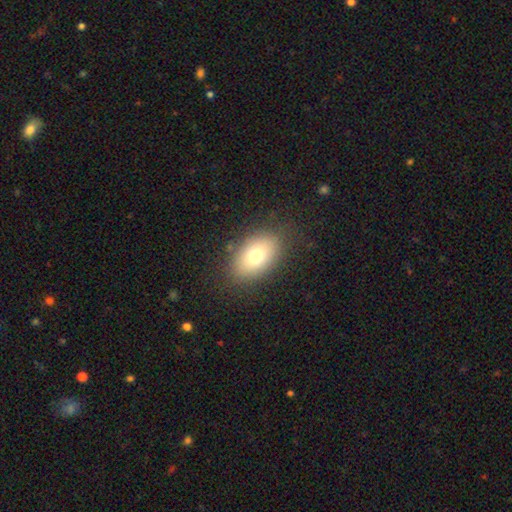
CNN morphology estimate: type=smooth (74%); roundness=in between (86%); merging=none (83%).